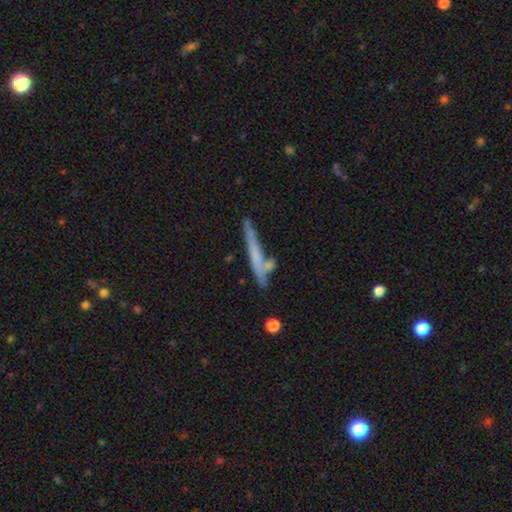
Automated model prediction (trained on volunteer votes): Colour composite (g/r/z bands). It shows a smooth galaxy with no disk features (50%). Merging: none (66%).